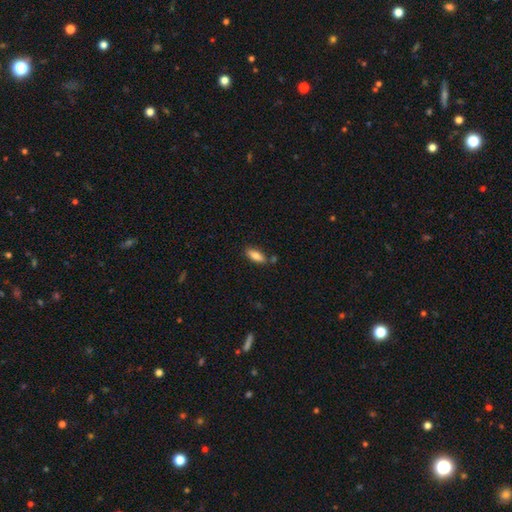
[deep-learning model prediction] smooth_or_featured: smooth (p=0.84) [alt: featured or disk p=0.09]
how_rounded: in between (p=0.75) [alt: cigar-shaped p=0.23]
merging: none (p=0.76) [alt: minor disturbance p=0.14]